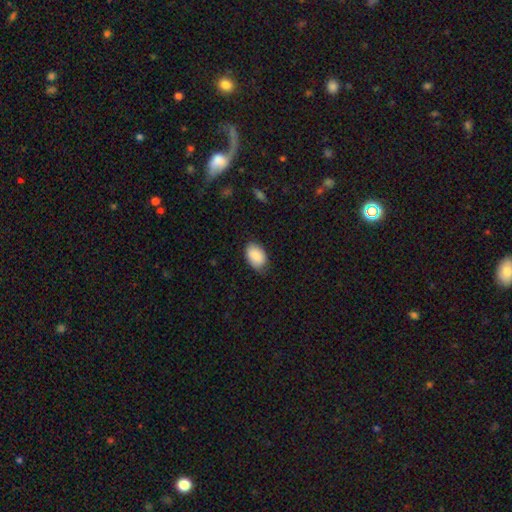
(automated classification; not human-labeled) The model was most divided on "merging": none: 76%, minor disturbance: 20%, major disturbance: 3%, merger: 1%. More confident: how rounded — in between (89%); smooth or featured — smooth (88%).